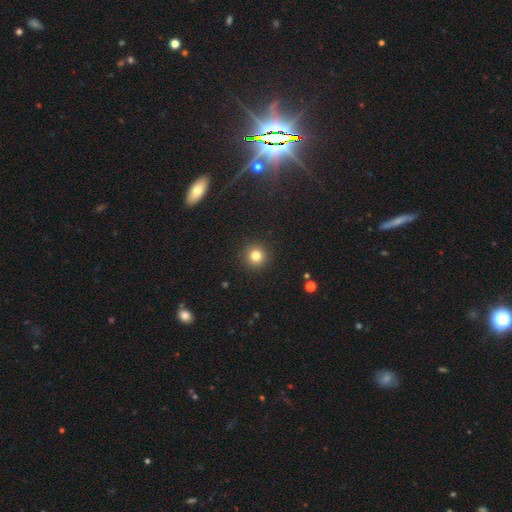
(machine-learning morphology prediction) type=smooth (81%); roundness=round (95%); merging=none (92%).